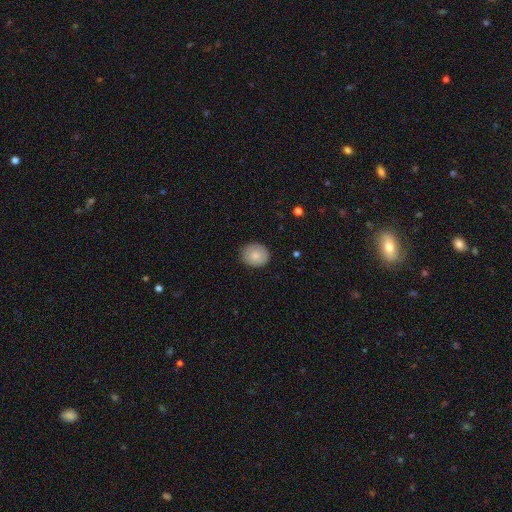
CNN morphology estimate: Smooth or featured?
  - smooth: 84% *
  - featured or disk: 9%
  - star or artifact: 7%
How rounded?
  - round: 63% *
  - in between: 36%
  - cigar-shaped: 1%
Merging?
  - none: 84% *
  - minor disturbance: 13%
  - major disturbance: 3%
  - merger: 1%